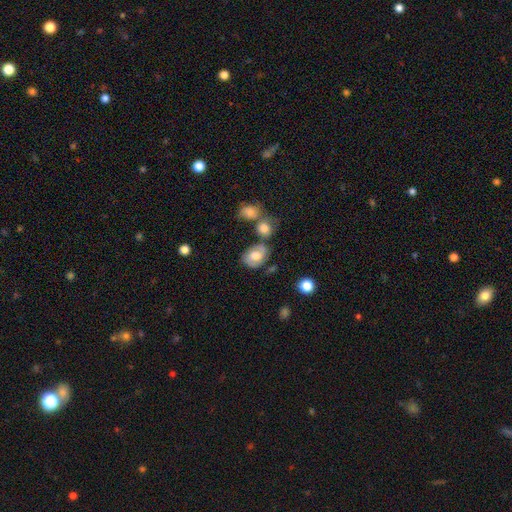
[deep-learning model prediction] Q: Smooth or featured?
A: smooth (47%); runner-up: featured or disk (45%)
Q: Merging?
A: none (60%); runner-up: minor disturbance (19%)